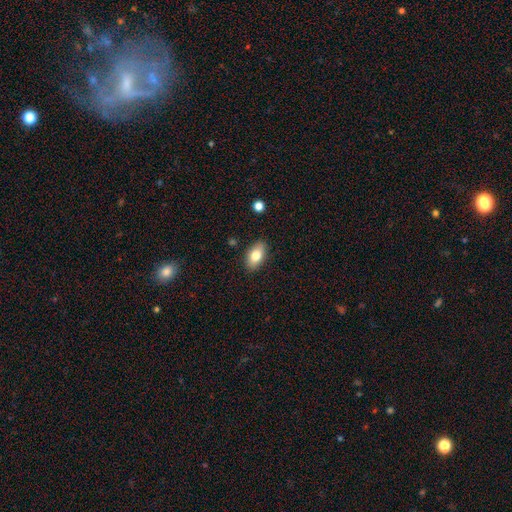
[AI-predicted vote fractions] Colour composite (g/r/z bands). It shows a smooth galaxy with no disk features (79%) that is in between round and cigar-shaped (91%). Merging: none (87%).